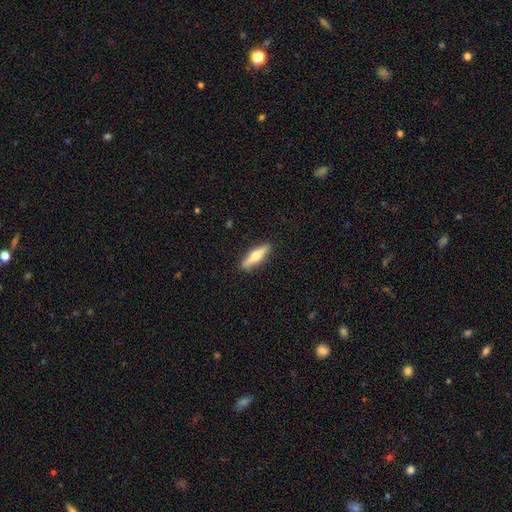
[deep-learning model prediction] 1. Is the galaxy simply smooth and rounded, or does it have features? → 52% featured or disk, 42% smooth, 5% star or artifact.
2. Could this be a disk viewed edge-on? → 94% yes, 6% no.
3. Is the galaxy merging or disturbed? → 89% none, 8% minor disturbance, 2% major disturbance, 1% merger.